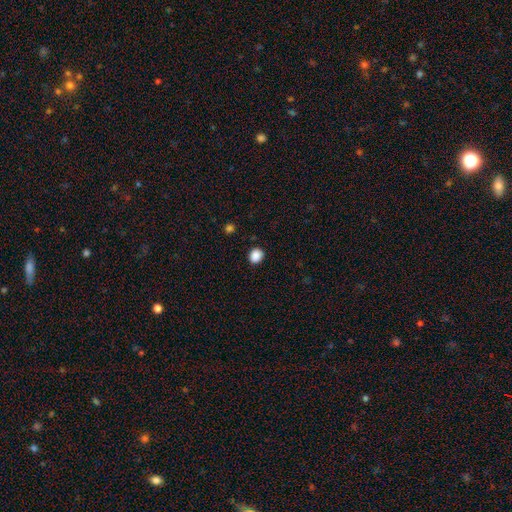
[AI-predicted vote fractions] Morphology: type=smooth (88%); roundness=round (73%); merging=none (89%).